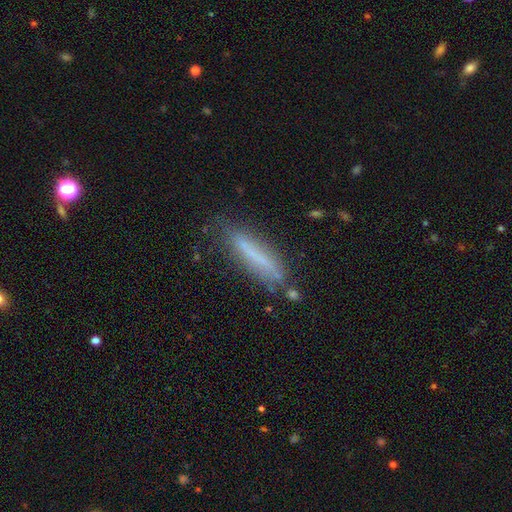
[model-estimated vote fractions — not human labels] A smooth galaxy with no disk features (60%) that is cigar-shaped (85%). Merging: none (68%).